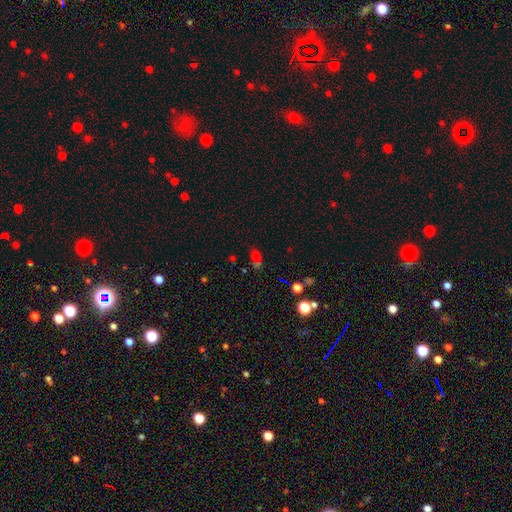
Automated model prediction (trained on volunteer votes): Smooth or featured? Predicted: smooth (p=0.53). How rounded? Predicted: in between (p=0.51). Merging? Predicted: none (p=0.49).